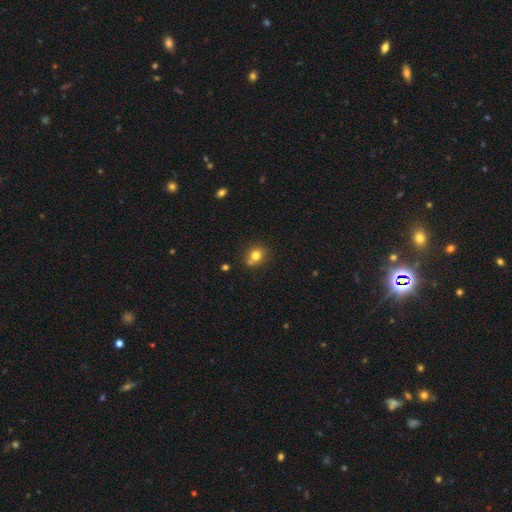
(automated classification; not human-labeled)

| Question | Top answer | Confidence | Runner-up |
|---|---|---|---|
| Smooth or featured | smooth | 77% | star or artifact (13%) |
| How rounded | round | 75% | in between (24%) |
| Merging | none | 65% | merger (17%) |